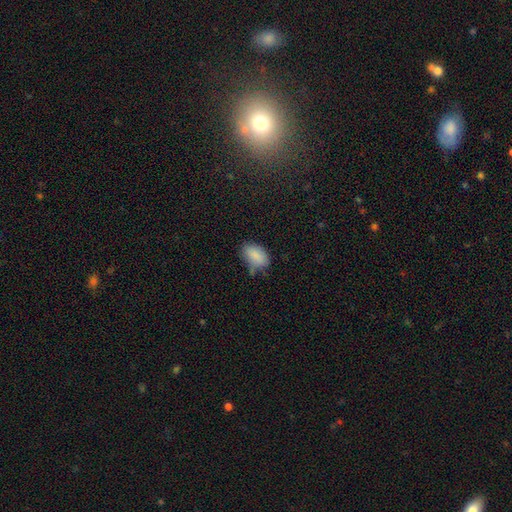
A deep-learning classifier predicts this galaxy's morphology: smooth-or-featured: smooth: 86% | star or artifact: 8% | featured or disk: 6%
  how-rounded: in between: 92% | round: 6% | cigar-shaped: 2%
  merging: none: 58% | minor disturbance: 30% | major disturbance: 7% | merger: 5%